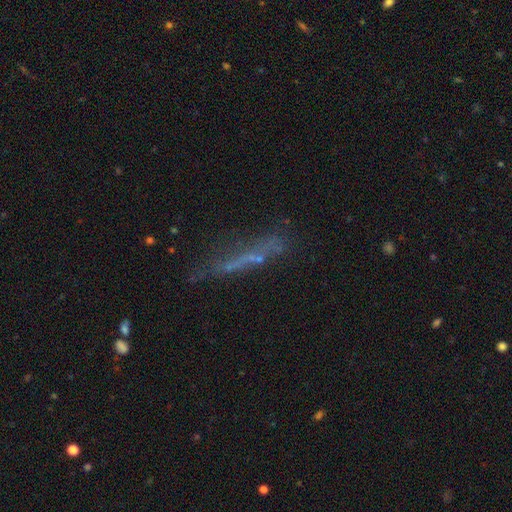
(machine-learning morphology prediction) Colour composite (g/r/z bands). It shows a featured or disk galaxy (42%). Merging: none (63%).